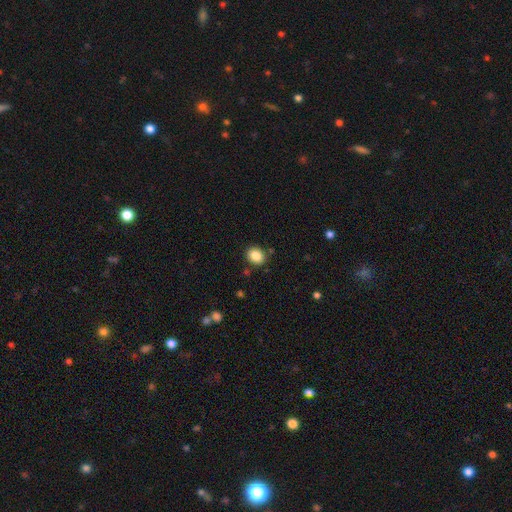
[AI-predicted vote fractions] This is clearly a smooth galaxy (86%). How rounded: possibly round (52%). Merging: clearly none (86%).